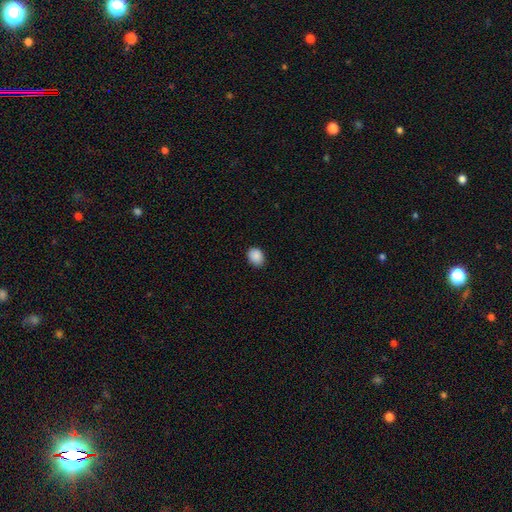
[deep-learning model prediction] A smooth galaxy with no disk features (89%) that is in between round and cigar-shaped (61%). Merging: none (85%).